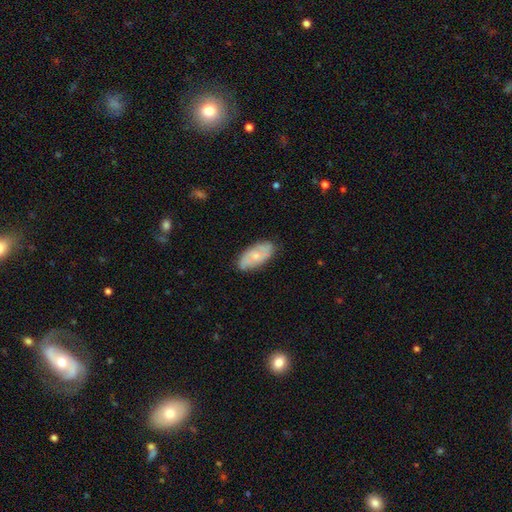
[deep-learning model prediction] featured or disk 50%, smooth 43%, star or artifact 6%. Down the decision tree: edge-on disk — no (92%); merging — none (79%).